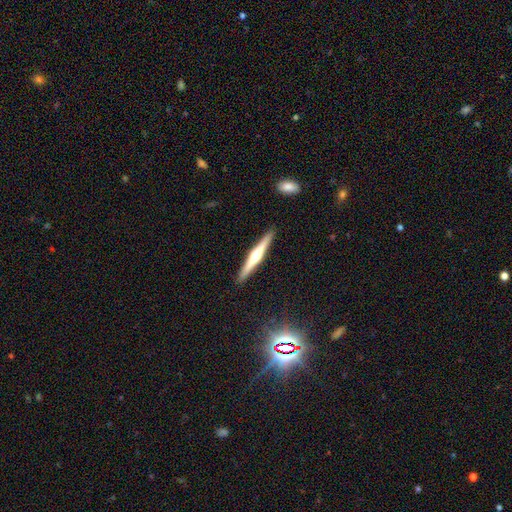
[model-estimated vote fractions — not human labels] Smooth or featured? Predicted: featured or disk (p=0.68). Edge-on disk? Predicted: yes (p=0.98). Edge-on bulge? Predicted: rounded (p=0.88). Merging? Predicted: none (p=0.92).